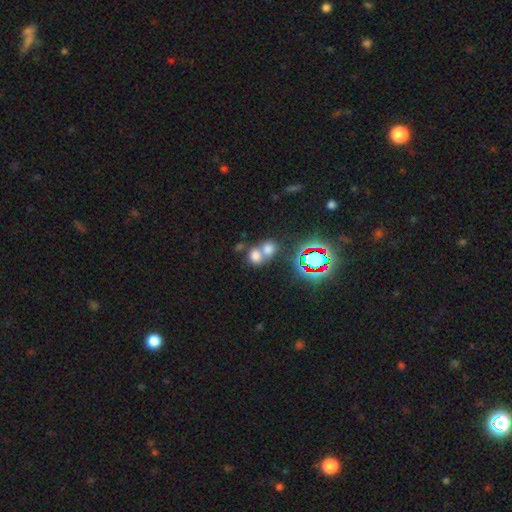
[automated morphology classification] A smooth galaxy with no disk features (67%) that is round (64%).

Vote fractions:
- Smooth or featured? smooth: 67% / star or artifact: 21% / featured or disk: 12%
- How rounded? round: 64% / in between: 34% / cigar-shaped: 1%
- Merging? merger: 59% / none: 31% / minor disturbance: 6% / major disturbance: 3%